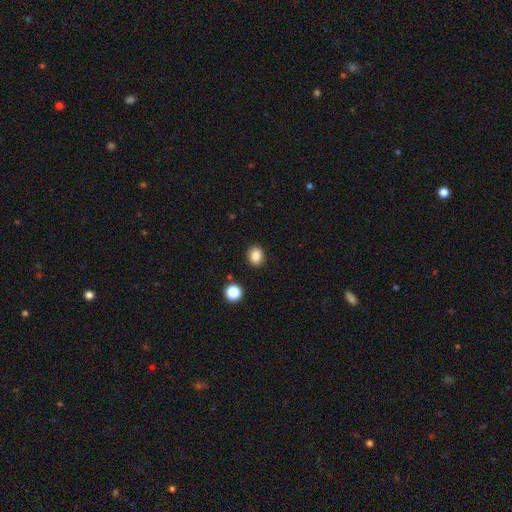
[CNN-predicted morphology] smooth-or-featured: smooth: 86% | star or artifact: 10% | featured or disk: 4%
  how-rounded: round: 54% | in between: 45% | cigar-shaped: 1%
  merging: none: 89% | minor disturbance: 7% | major disturbance: 2% | merger: 2%